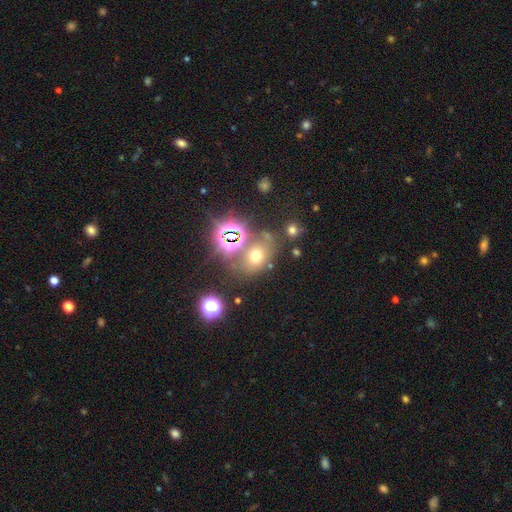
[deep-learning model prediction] smooth_or_featured: smooth (p=0.53) [alt: star or artifact p=0.33]
how_rounded: in between (p=0.52) [alt: round p=0.47]
merging: none (p=0.62) [alt: merger p=0.16]